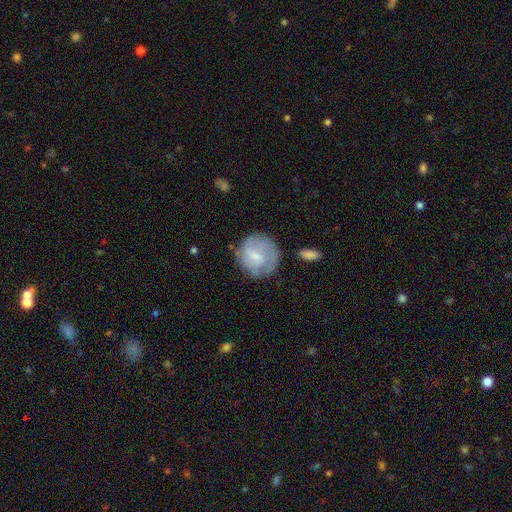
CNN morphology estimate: Smooth or featured? smooth (54%)
How rounded? round (84%)
Merging? none (65%)